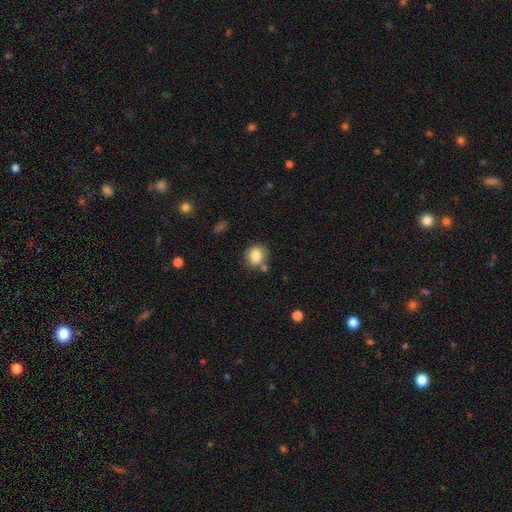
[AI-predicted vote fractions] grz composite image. It shows a smooth galaxy with no disk features (83%) that is round (70%). Merging: none (70%).